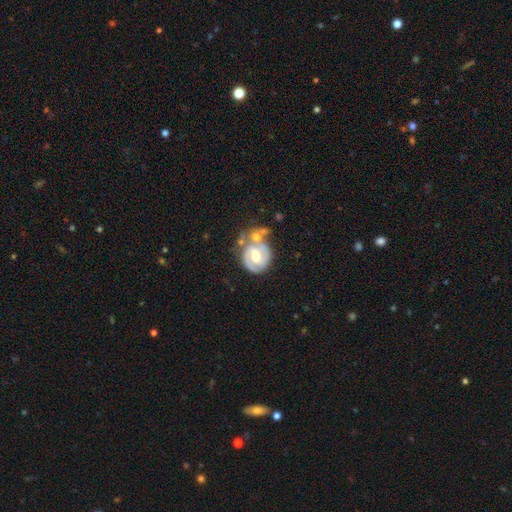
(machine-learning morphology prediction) This is clearly a featured or disk galaxy (82%). It is clearly not viewed edge-on (98%). Bar: possibly weak (52%). Spiral arm pattern: clearly yes (92%). Spiral arm count: likely 2 (71%). Spiral winding: possibly tight (54%). Central bulge: likely moderate (65%). Merging: marginally none (38%).